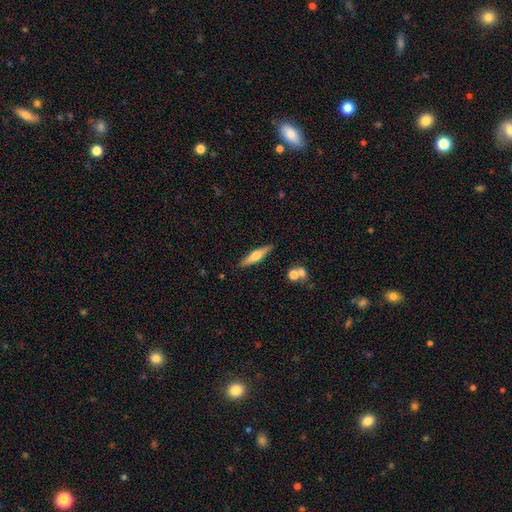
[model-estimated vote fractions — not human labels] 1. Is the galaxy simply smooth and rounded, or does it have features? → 54% featured or disk, 40% smooth, 6% star or artifact.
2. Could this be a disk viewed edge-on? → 95% yes, 5% no.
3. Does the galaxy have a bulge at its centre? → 88% rounded, 7% boxy, 5% none.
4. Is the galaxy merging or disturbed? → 87% none, 8% minor disturbance, 3% merger, 2% major disturbance.